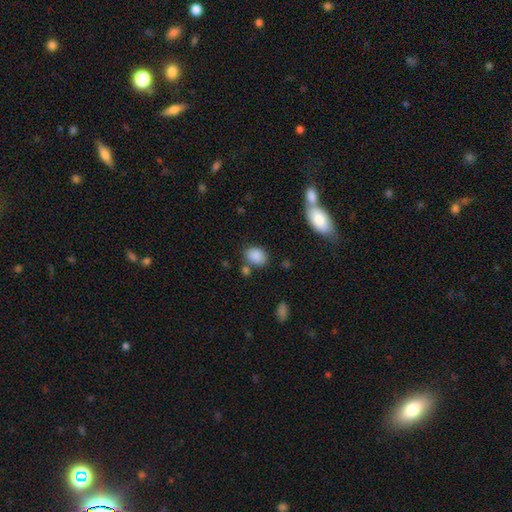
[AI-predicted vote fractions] The model was most divided on "how rounded": in between: 68%, round: 31%, cigar-shaped: 1%. More confident: smooth or featured — smooth (86%); merging — none (68%).